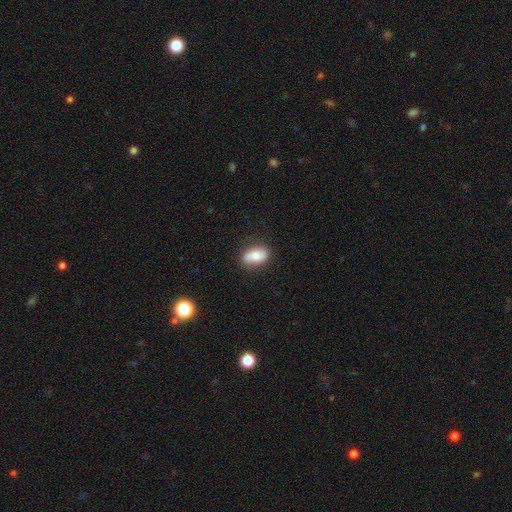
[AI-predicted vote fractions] A smooth galaxy with no disk features (69%) that is in between round and cigar-shaped (87%). Merging: none (82%).